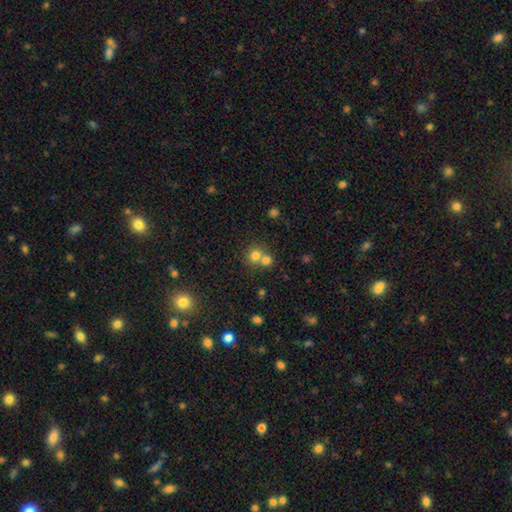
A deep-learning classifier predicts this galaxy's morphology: This appears to be a smooth galaxy with no disk features (74%) that is round (84%). Merging: merger (53%).